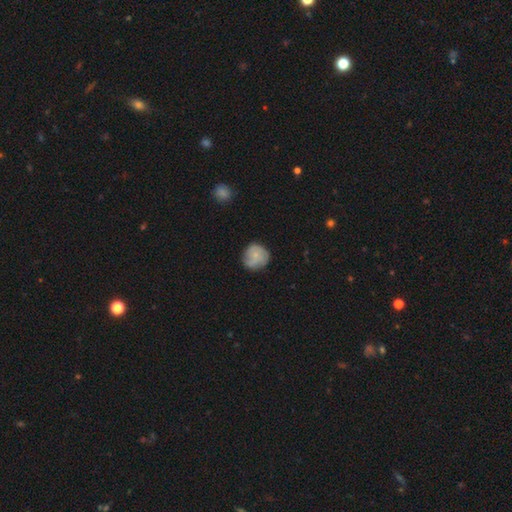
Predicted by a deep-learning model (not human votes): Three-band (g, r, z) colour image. It shows a smooth galaxy with no disk features (57%) that is round (89%). Merging: none (71%).